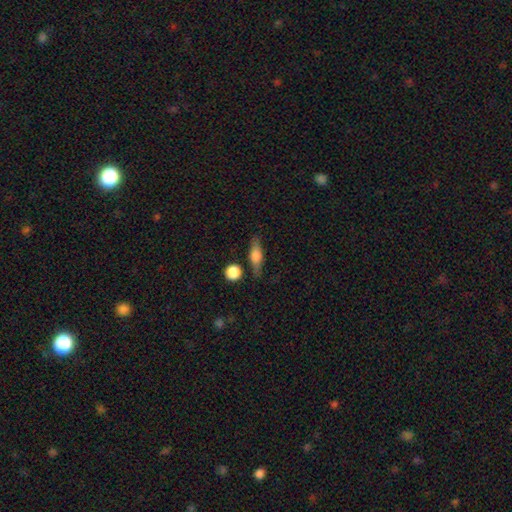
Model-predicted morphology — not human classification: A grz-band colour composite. It shows a smooth galaxy with no disk features (53%) that is cigar-shaped (46%). Merging: none (77%).